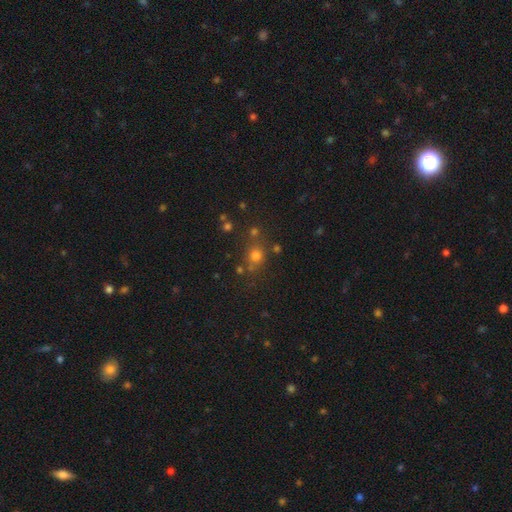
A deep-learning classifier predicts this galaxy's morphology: Smooth or featured?
  - smooth: 62% *
  - star or artifact: 29%
  - featured or disk: 10%
How rounded?
  - round: 83% *
  - in between: 15%
  - cigar-shaped: 1%
Merging?
  - none: 73% *
  - merger: 12%
  - minor disturbance: 11%
  - major disturbance: 5%